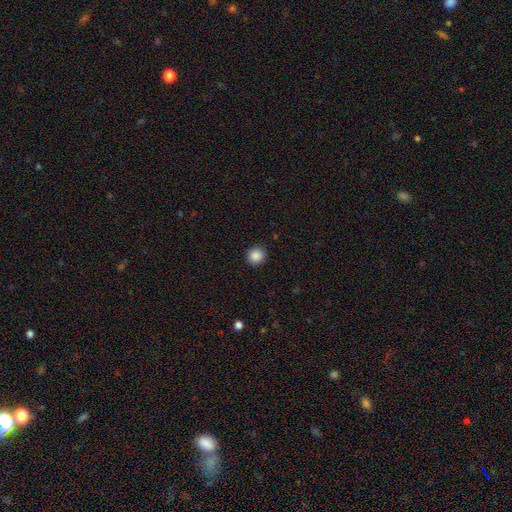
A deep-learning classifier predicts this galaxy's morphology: Overall: smooth (88%). How rounded: round (91%). Merging: none (92%).